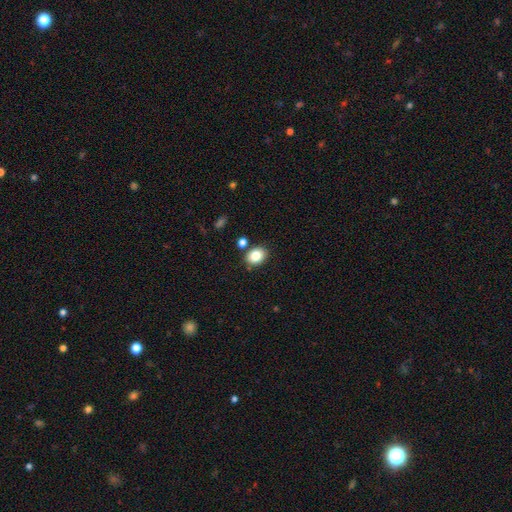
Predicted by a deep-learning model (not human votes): Q: Smooth or featured?
A: smooth (84%); runner-up: star or artifact (9%)
Q: How rounded?
A: in between (56%); runner-up: round (43%)
Q: Merging?
A: none (81%); runner-up: minor disturbance (9%)